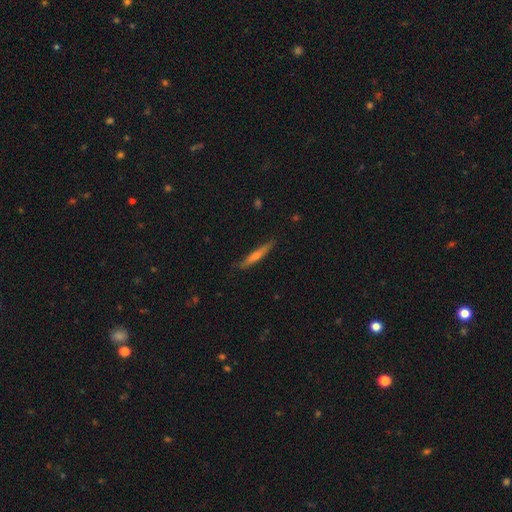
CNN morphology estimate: Overall: featured or disk (53%; smooth 40%). Edge-on disk: yes (95%). Edge-on bulge: rounded (70%). Merging: none (87%).